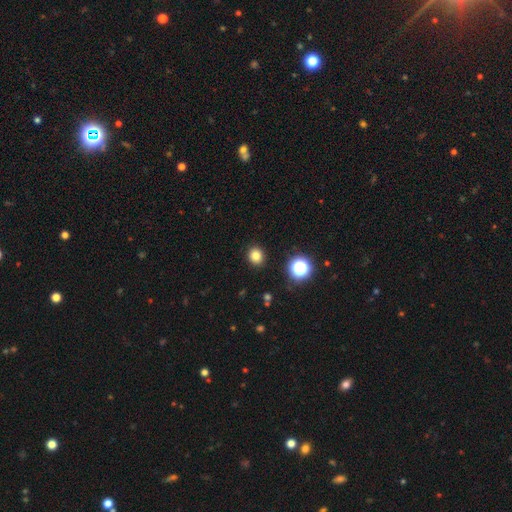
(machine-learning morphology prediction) Smooth or featured? Predicted: smooth (p=0.80). How rounded? Predicted: round (p=0.77). Merging? Predicted: none (p=0.91).